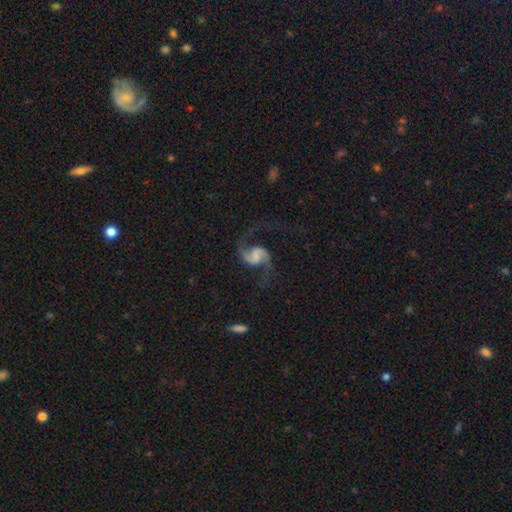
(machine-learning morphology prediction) Smooth or featured? Predicted: featured or disk (p=0.90). Edge-on disk? Predicted: no (p=0.98). Bar? Predicted: weak (p=0.45). Spiral arms? Predicted: yes (p=0.98). Spiral winding? Predicted: loose (p=0.62). Spiral arm count? Predicted: 2 (p=0.94). Bulge size? Predicted: none (p=0.48). Merging? Predicted: none (p=0.72).